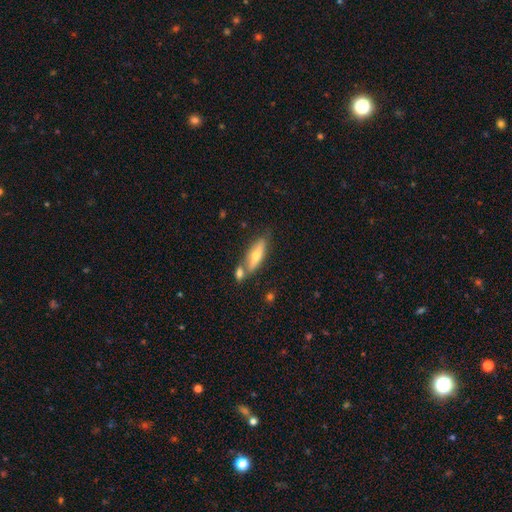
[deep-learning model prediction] Smooth or featured?
  - smooth: 51% *
  - featured or disk: 42%
  - star or artifact: 7%
How rounded?
  - cigar-shaped: 58% *
  - in between: 39%
  - round: 2%
Merging?
  - none: 59% *
  - merger: 23%
  - minor disturbance: 14%
  - major disturbance: 4%